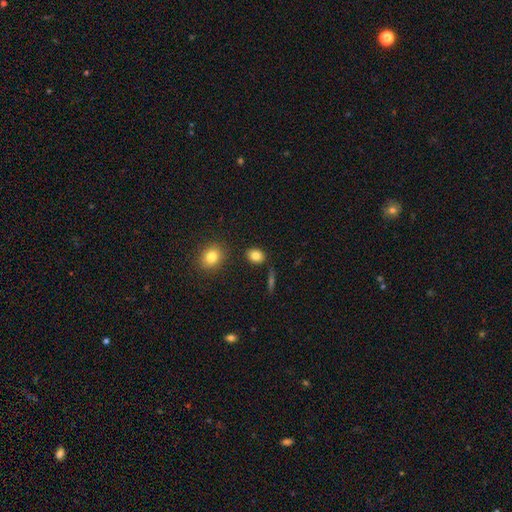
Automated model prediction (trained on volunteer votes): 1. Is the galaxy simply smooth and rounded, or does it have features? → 82% smooth, 10% star or artifact, 7% featured or disk.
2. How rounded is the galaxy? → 52% round, 47% in between, 2% cigar-shaped.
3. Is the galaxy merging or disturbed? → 85% none, 9% minor disturbance, 4% merger, 3% major disturbance.